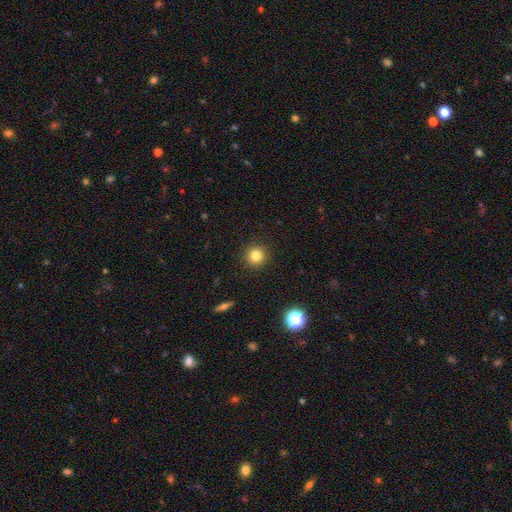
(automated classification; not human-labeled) This appears to be a smooth galaxy with no disk features (82%) that is round (95%). Merging: none (92%).